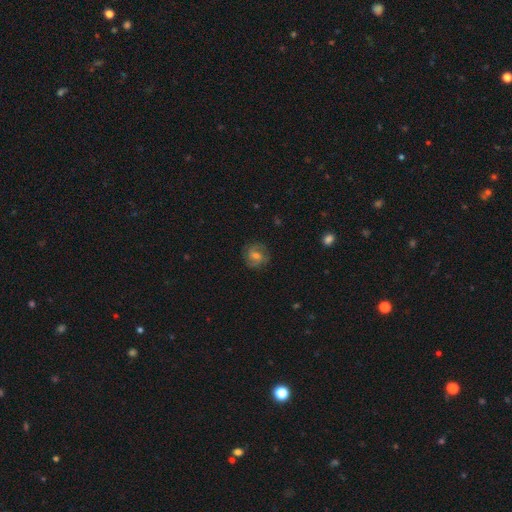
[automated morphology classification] Overall: smooth (46%; featured or disk 41%). Merging: none (81%).